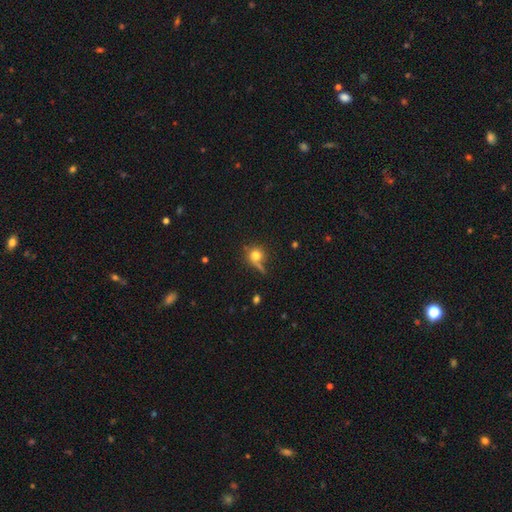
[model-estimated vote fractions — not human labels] A smooth galaxy with no disk features (75%) that is round (87%).

Vote fractions:
- Smooth or featured? smooth: 75% / star or artifact: 13% / featured or disk: 12%
- How rounded? round: 87% / in between: 11% / cigar-shaped: 2%
- Merging? none: 54% / minor disturbance: 19% / major disturbance: 15% / merger: 12%